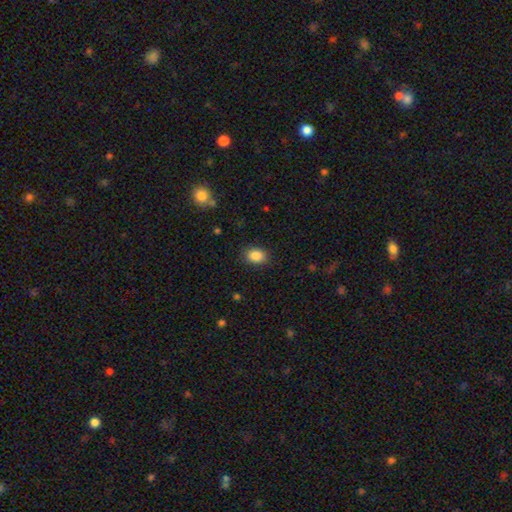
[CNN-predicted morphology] A smooth galaxy with no disk features (86%) that is in between round and cigar-shaped (69%). Merging: none (87%).